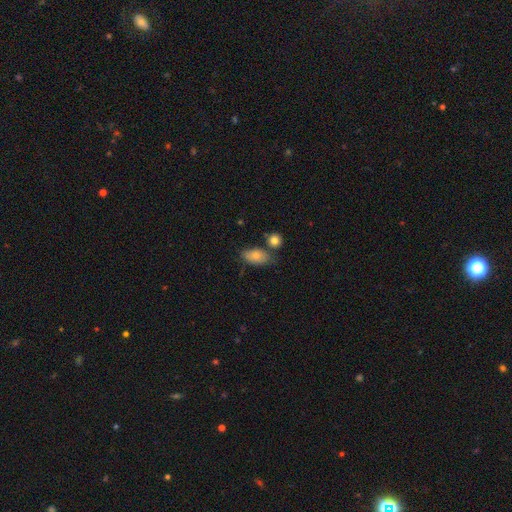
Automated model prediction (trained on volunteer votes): Smooth or featured: smooth — 80% (featured or disk — 13%)
How rounded: in between — 90% (round — 7%)
Merging: none — 63% (minor disturbance — 19%)